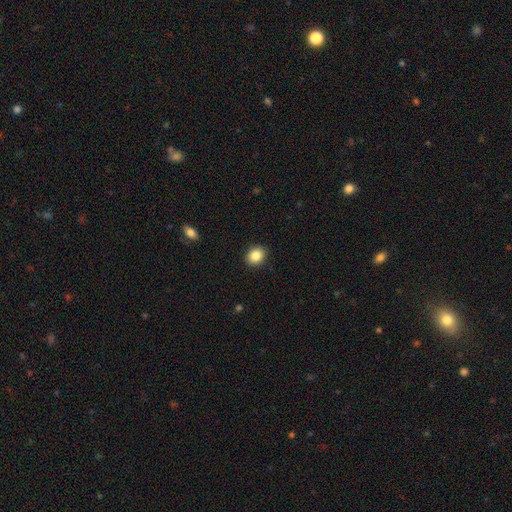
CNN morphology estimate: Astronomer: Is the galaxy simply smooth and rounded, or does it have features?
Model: smooth — 87%.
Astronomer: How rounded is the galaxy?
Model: round — 68%.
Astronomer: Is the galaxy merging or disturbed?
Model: none — 91%.